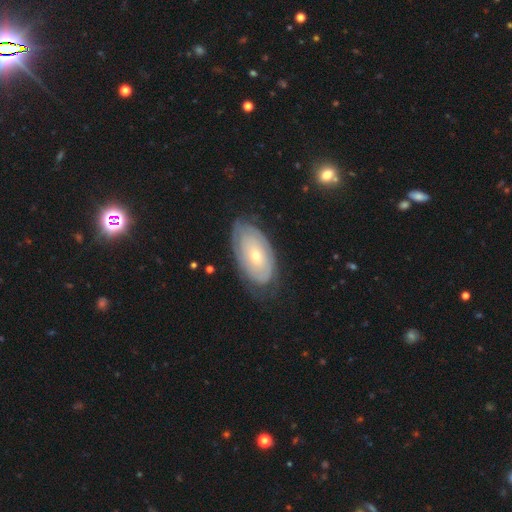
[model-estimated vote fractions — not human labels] featured or disk 65%, smooth 29%, star or artifact 6%. Down the decision tree: edge-on disk — no (92%); bar — no (83%); spiral arms — yes (64%); bulge size — small (61%); merging — none (73%).